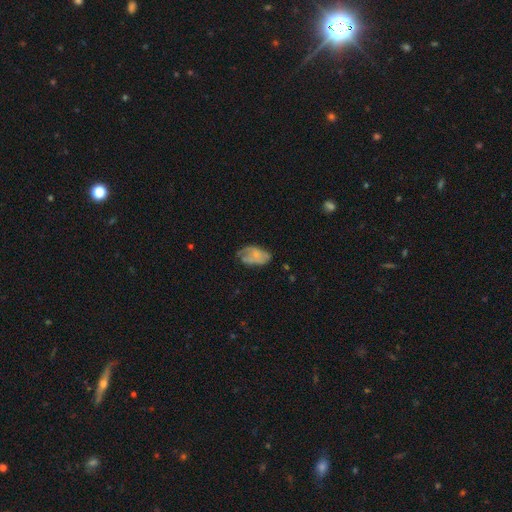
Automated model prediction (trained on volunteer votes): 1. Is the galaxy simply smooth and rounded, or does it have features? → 49% smooth, 42% featured or disk, 9% star or artifact.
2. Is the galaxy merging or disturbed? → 42% none, 34% minor disturbance, 21% major disturbance, 3% merger.